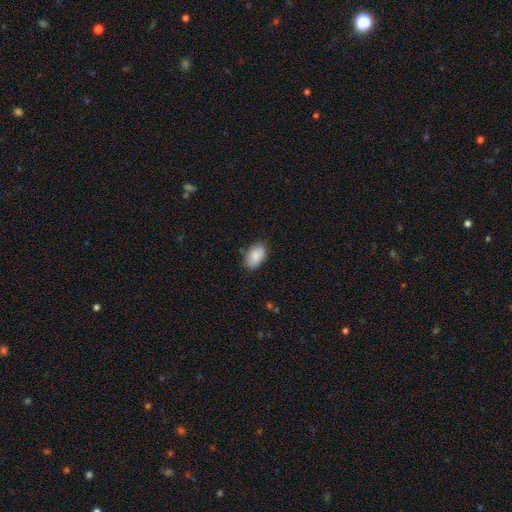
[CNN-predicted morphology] Smooth or featured? smooth (87%)
How rounded? in between (93%)
Merging? none (81%)